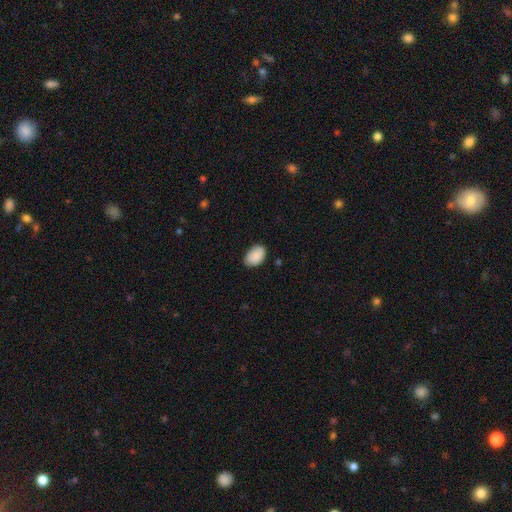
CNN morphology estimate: Q: Smooth or featured?
A: smooth (90%); runner-up: star or artifact (6%)
Q: How rounded?
A: in between (89%); runner-up: round (10%)
Q: Merging?
A: none (80%); runner-up: minor disturbance (17%)